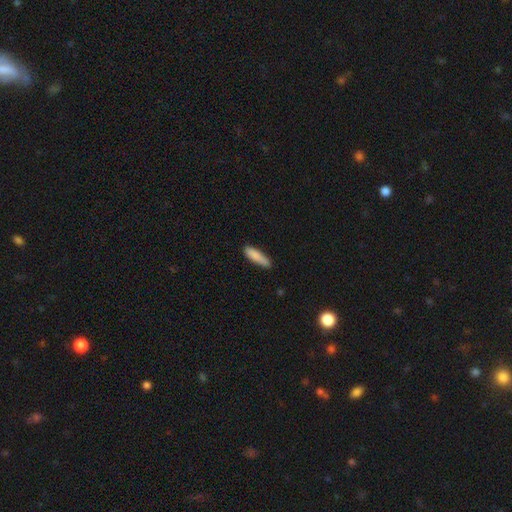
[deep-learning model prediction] smooth_or_featured: smooth (p=0.86) [alt: featured or disk p=0.08]
how_rounded: cigar-shaped (p=0.71) [alt: in between p=0.28]
merging: none (p=0.71) [alt: minor disturbance p=0.23]